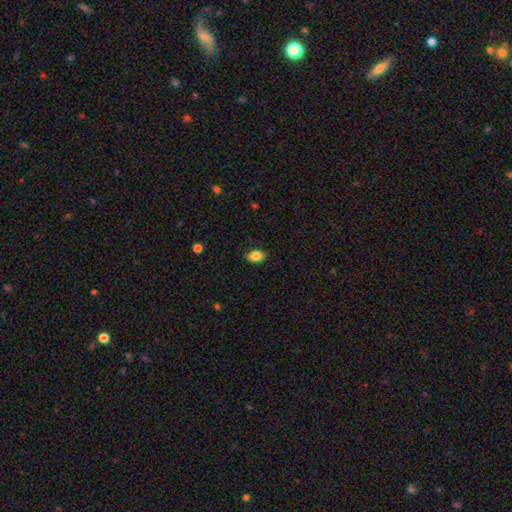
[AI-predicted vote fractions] smooth_or_featured: smooth (p=0.85) [alt: star or artifact p=0.09]
how_rounded: in between (p=0.80) [alt: round p=0.19]
merging: none (p=0.88) [alt: minor disturbance p=0.09]